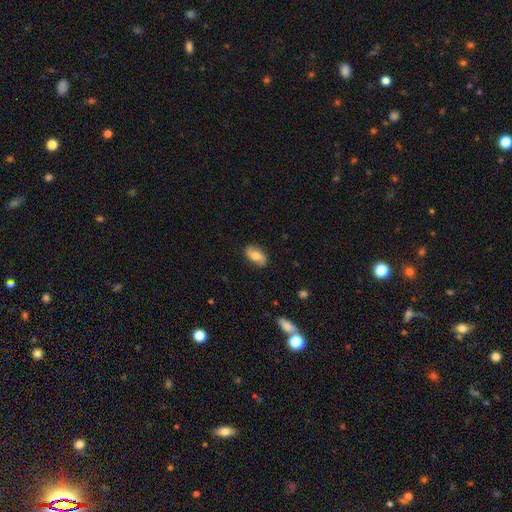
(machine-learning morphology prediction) A smooth galaxy with no disk features (56%) that is in between round and cigar-shaped (91%). Merging: none (81%).